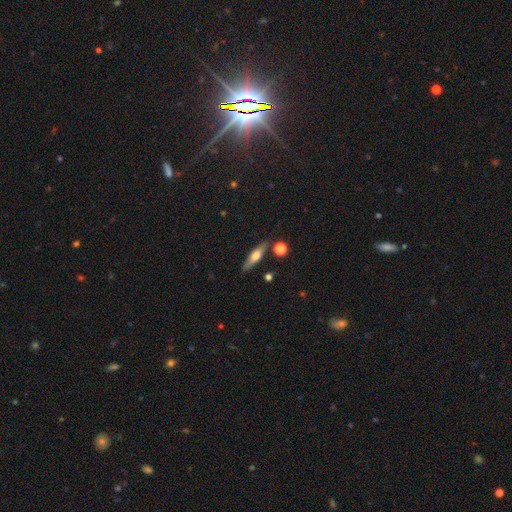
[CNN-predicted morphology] This appears to be a featured or disk galaxy (51%) viewed edge-on (92%). Merging: none (83%).